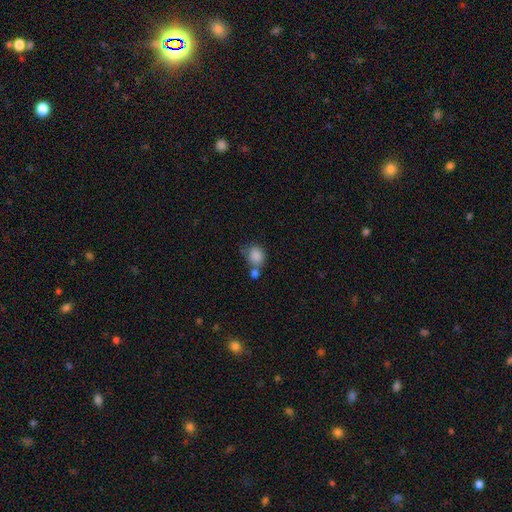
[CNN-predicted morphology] smooth 85%, star or artifact 9%, featured or disk 6%. Down the decision tree: how rounded — round (63%); merging — none (43%).